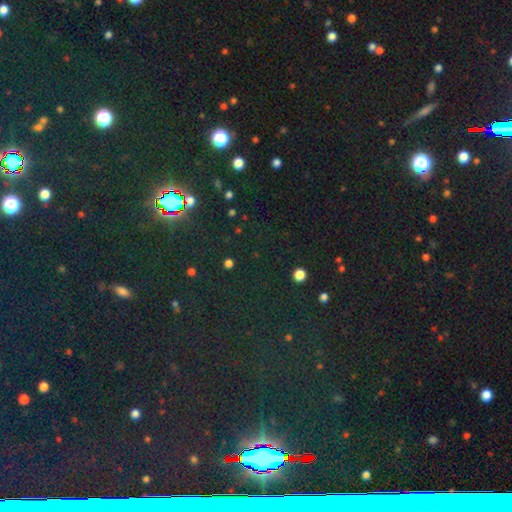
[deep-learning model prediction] Smooth or featured?
  - star or artifact: 80% *
  - smooth: 12%
  - featured or disk: 8%